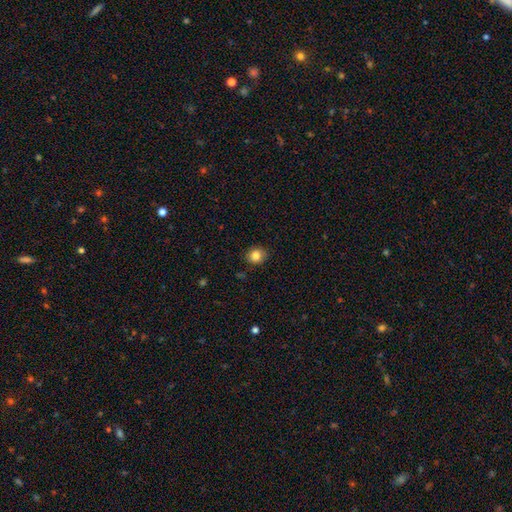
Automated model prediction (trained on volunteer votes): Smooth or featured?
  - smooth: 84% *
  - star or artifact: 10%
  - featured or disk: 5%
How rounded?
  - round: 82% *
  - in between: 17%
  - cigar-shaped: 1%
Merging?
  - none: 88% *
  - minor disturbance: 9%
  - major disturbance: 2%
  - merger: 1%